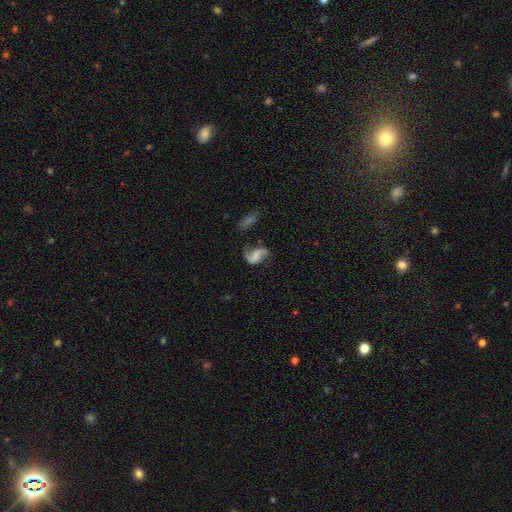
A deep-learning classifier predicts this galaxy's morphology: Smooth or featured? featured or disk (78%)
Edge-on disk? no (98%)
Bar? no (46%)
Spiral arms? yes (93%)
Spiral winding? loose (67%)
Spiral arm count? 2 (87%)
Bulge size? none (39%)
Merging? none (56%)